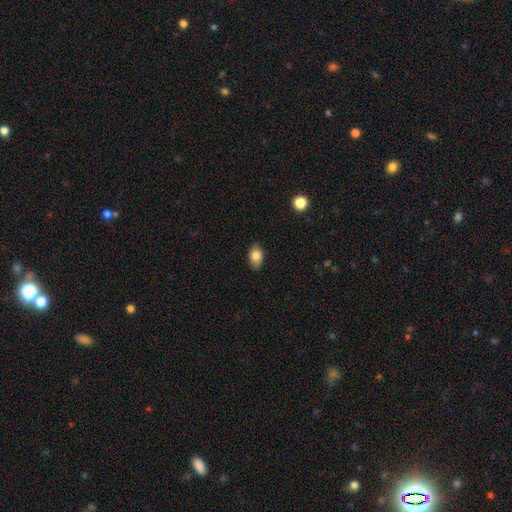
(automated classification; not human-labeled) Overall: smooth (83%). How rounded: in between (88%). Merging: none (85%).